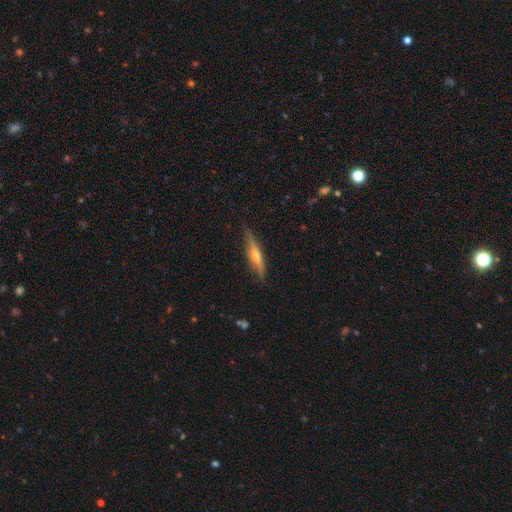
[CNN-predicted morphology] Q: Smooth or featured?
A: featured or disk (58%); runner-up: smooth (36%)
Q: Edge-on disk?
A: yes (93%); runner-up: no (7%)
Q: Edge-on bulge?
A: rounded (76%); runner-up: none (15%)
Q: Merging?
A: none (82%); runner-up: minor disturbance (14%)